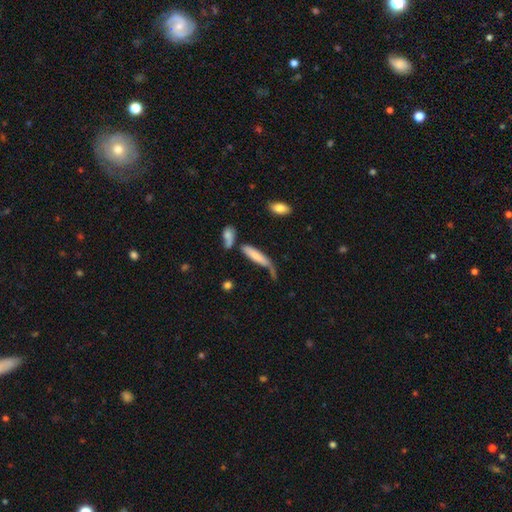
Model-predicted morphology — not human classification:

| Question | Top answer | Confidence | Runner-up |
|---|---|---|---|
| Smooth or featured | smooth | 72% | featured or disk (20%) |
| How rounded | cigar-shaped | 72% | in between (26%) |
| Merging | none | 36% | minor disturbance (24%) |